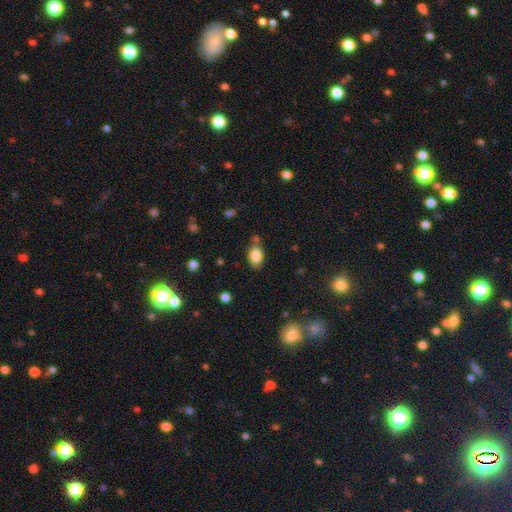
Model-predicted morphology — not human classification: smooth_or_featured: smooth (p=0.84) [alt: star or artifact p=0.09]
how_rounded: in between (p=0.84) [alt: round p=0.15]
merging: none (p=0.74) [alt: minor disturbance p=0.15]